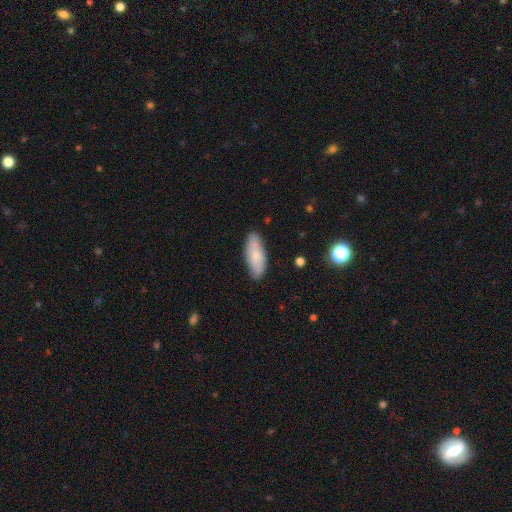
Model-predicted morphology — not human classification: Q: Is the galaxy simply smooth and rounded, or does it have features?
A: smooth — 79%.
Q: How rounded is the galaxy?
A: in between — 74%.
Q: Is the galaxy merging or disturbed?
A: none — 85%.